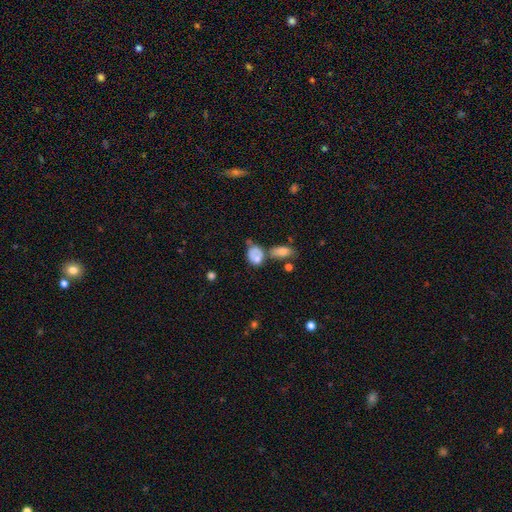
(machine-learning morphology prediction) This is likely a smooth galaxy (72%). How rounded: likely in between (65%). Merging: marginally merger (39%).